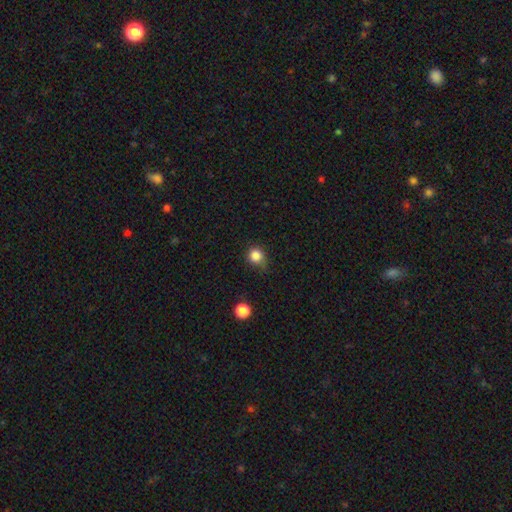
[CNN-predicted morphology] smooth-or-featured: smooth: 84% | star or artifact: 12% | featured or disk: 4%
  how-rounded: round: 87% | in between: 12% | cigar-shaped: 1%
  merging: none: 64% | minor disturbance: 27% | major disturbance: 7% | merger: 2%